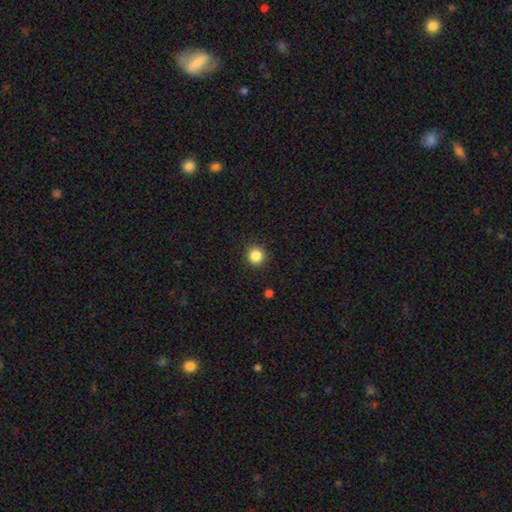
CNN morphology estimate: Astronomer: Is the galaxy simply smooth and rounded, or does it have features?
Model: smooth — 86%.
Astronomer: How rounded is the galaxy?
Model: round — 93%.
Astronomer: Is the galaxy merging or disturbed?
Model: none — 92%.